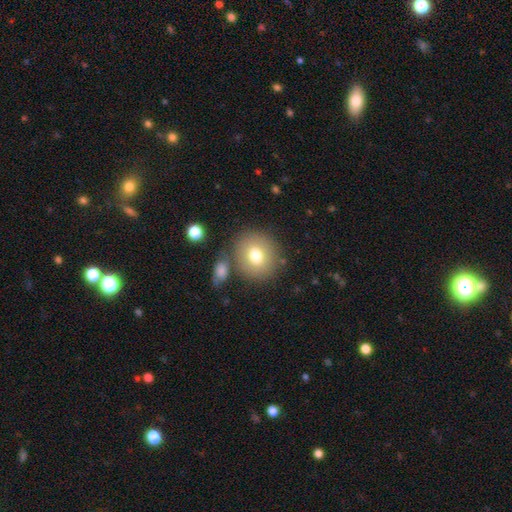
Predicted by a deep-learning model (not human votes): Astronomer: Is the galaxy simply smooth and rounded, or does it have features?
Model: smooth — 74%.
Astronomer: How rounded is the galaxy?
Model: round — 82%.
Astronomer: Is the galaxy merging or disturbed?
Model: none — 74%.